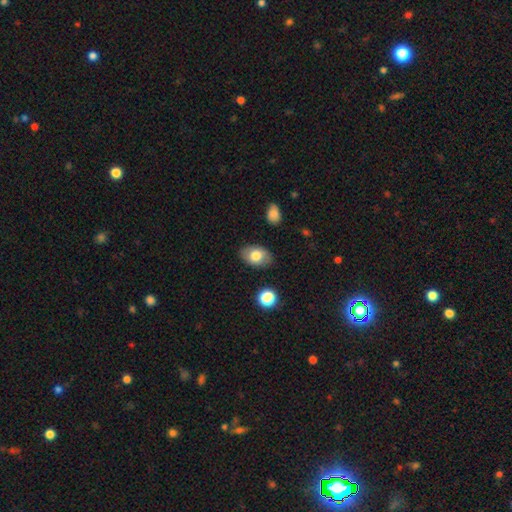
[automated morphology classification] smooth-or-featured: smooth: 77% | featured or disk: 16% | star or artifact: 7%
  how-rounded: in between: 86% | round: 13% | cigar-shaped: 1%
  merging: none: 84% | minor disturbance: 11% | major disturbance: 3% | merger: 2%